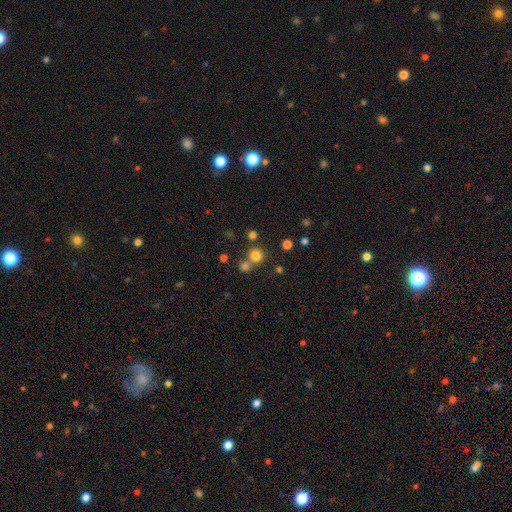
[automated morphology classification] type=smooth (77%); roundness=round (91%); merging=none (64%).